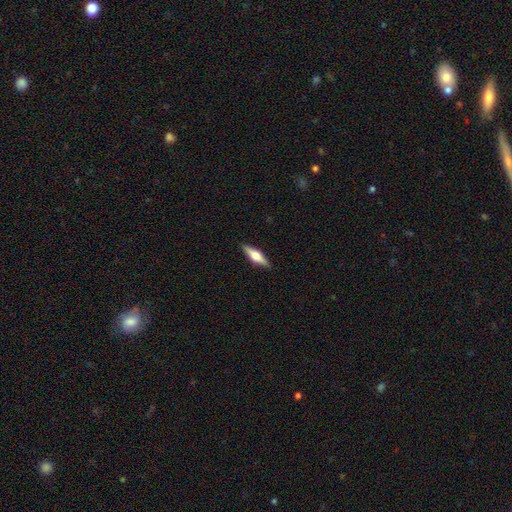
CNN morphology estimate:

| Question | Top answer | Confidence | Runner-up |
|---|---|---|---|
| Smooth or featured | featured or disk | 58% | smooth (36%) |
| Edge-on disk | yes | 96% | no (4%) |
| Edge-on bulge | rounded | 92% | boxy (6%) |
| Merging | none | 90% | minor disturbance (8%) |